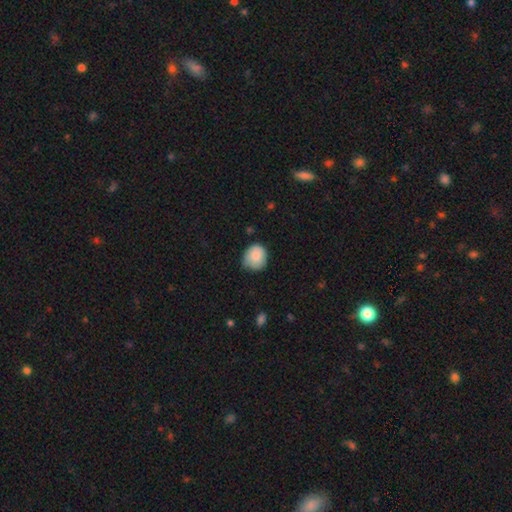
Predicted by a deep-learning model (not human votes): Smooth or featured: smooth — 84% (featured or disk — 8%)
How rounded: round — 80% (in between — 19%)
Merging: none — 63% (minor disturbance — 30%)